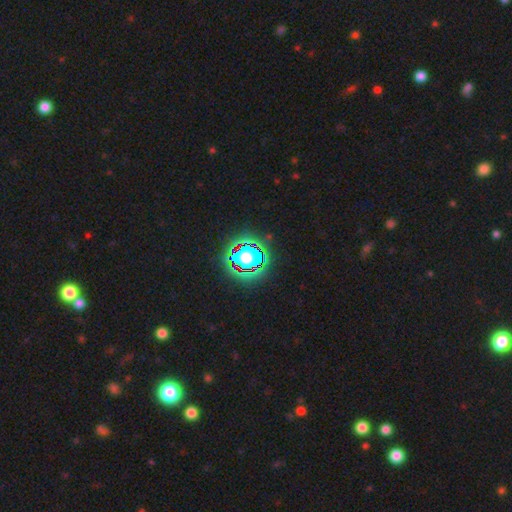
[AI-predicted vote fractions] smooth_or_featured: star or artifact (p=0.83) [alt: smooth p=0.10]